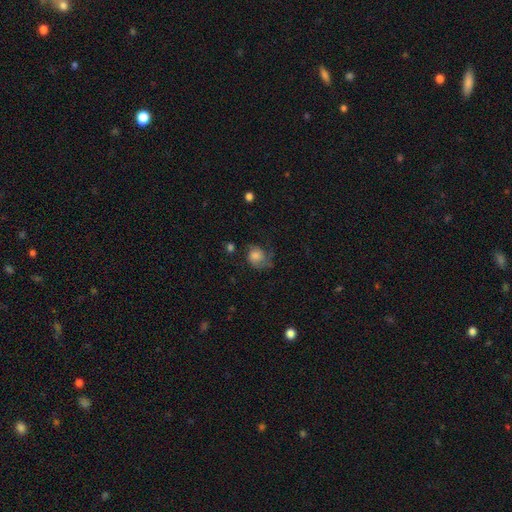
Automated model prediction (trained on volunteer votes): Smooth or featured: smooth — 61% (featured or disk — 29%)
How rounded: round — 60% (in between — 39%)
Merging: none — 43% (minor disturbance — 29%)